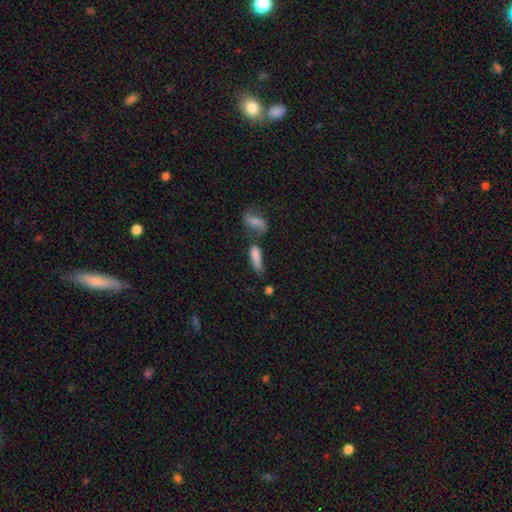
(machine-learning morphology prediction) Q: Smooth or featured?
A: smooth (75%); runner-up: featured or disk (16%)
Q: How rounded?
A: cigar-shaped (51%); runner-up: in between (46%)
Q: Merging?
A: none (38%); runner-up: merger (33%)